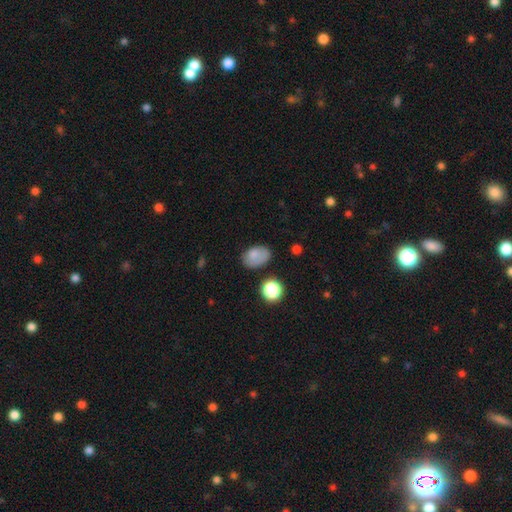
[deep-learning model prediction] Smooth or featured: smooth — 78% (featured or disk — 11%)
How rounded: in between — 82% (round — 17%)
Merging: none — 61% (minor disturbance — 26%)